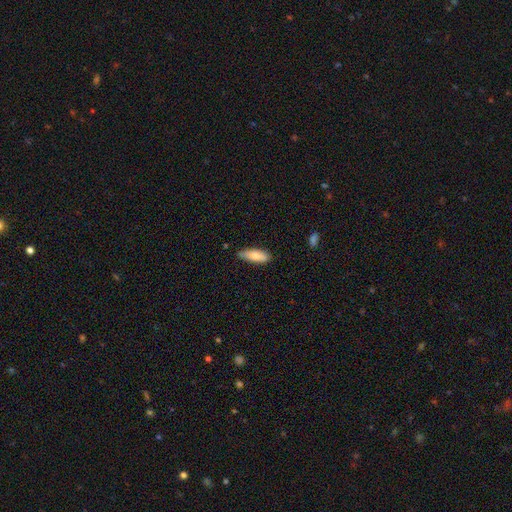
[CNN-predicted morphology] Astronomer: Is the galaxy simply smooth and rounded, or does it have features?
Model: smooth — 79%.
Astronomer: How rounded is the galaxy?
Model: in between — 62%.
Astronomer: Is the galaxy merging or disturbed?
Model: none — 73%.